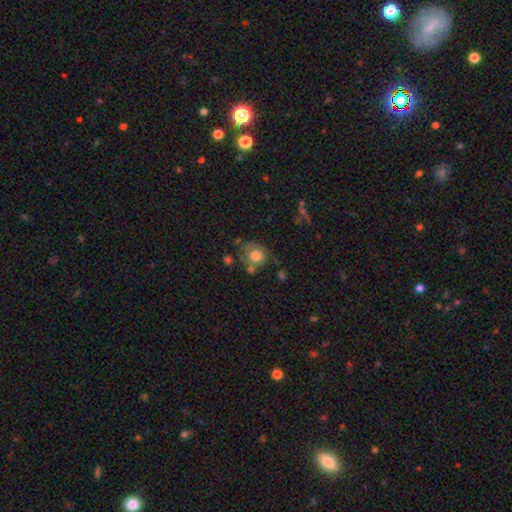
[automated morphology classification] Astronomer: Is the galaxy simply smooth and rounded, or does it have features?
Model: smooth — 71%.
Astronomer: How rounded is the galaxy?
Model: round — 70%.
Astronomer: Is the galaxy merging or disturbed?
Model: none — 51%.